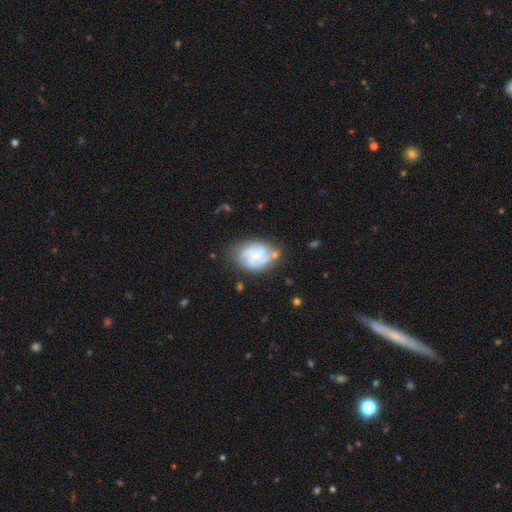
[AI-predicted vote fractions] This appears to be a featured or disk galaxy (74%) with no bar (61%), 2 (46%) tight (49%) spiral arms (88%) and a small central bulge (60%). Merging: none (59%).